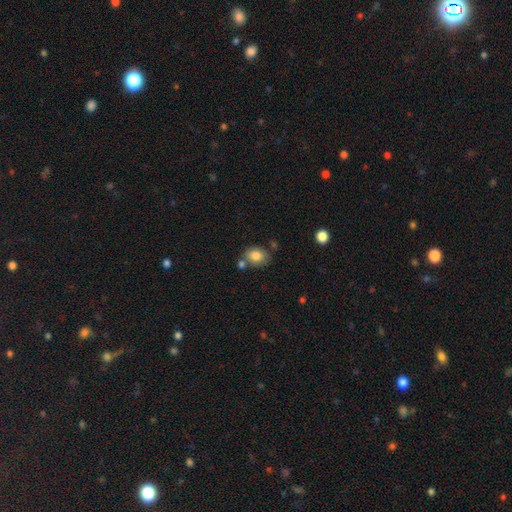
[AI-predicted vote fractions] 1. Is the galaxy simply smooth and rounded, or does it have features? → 82% smooth, 9% featured or disk, 9% star or artifact.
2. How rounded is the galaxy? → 64% in between, 35% round, 1% cigar-shaped.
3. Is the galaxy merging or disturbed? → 67% none, 15% minor disturbance, 14% merger, 4% major disturbance.